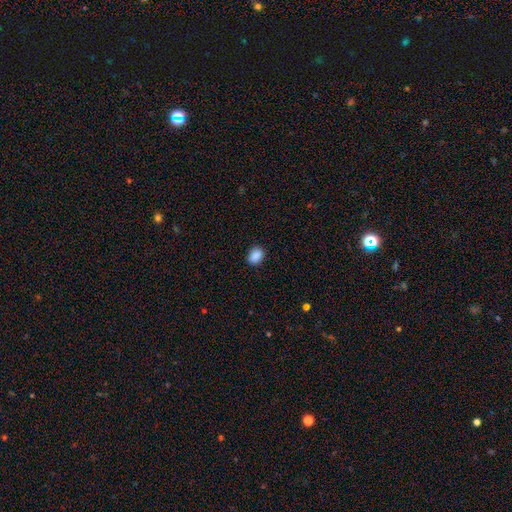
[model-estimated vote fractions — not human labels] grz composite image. It shows a smooth galaxy with no disk features (89%) that is in between round and cigar-shaped (70%). Merging: none (87%).